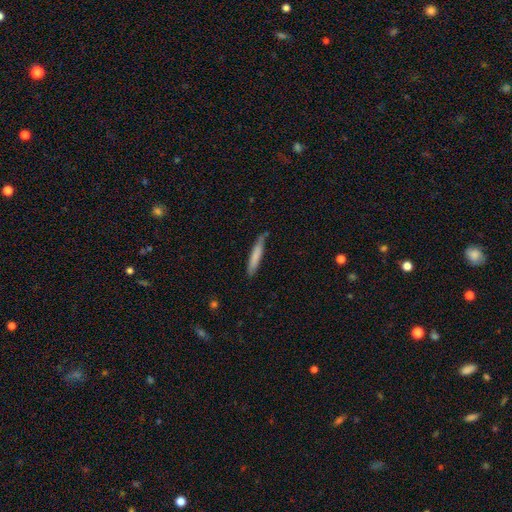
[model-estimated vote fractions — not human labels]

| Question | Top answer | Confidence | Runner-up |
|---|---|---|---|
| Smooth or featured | smooth | 76% | featured or disk (18%) |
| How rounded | cigar-shaped | 92% | in between (7%) |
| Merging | none | 79% | minor disturbance (17%) |